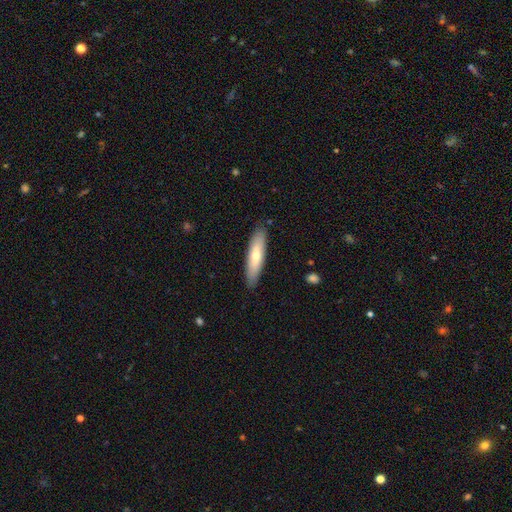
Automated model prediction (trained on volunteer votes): Smooth or featured? Predicted: smooth (p=0.66). How rounded? Predicted: cigar-shaped (p=0.72). Merging? Predicted: none (p=0.87).